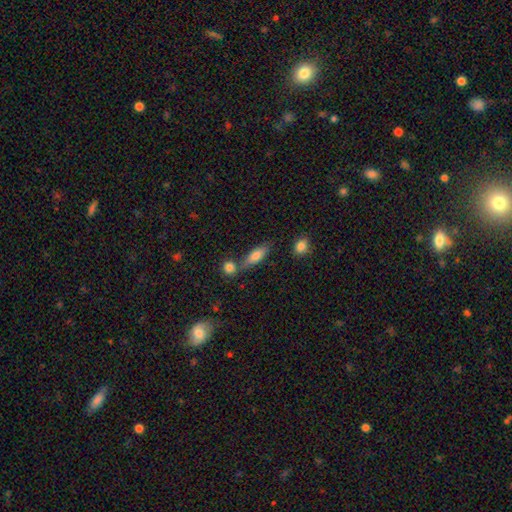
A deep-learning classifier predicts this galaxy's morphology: Smooth or featured?
  - smooth: 71% *
  - featured or disk: 21%
  - star or artifact: 8%
How rounded?
  - in between: 54% *
  - cigar-shaped: 43%
  - round: 4%
Merging?
  - none: 63% *
  - merger: 19%
  - minor disturbance: 14%
  - major disturbance: 4%